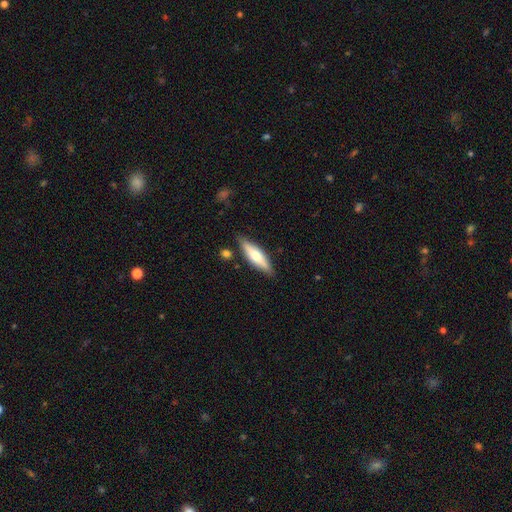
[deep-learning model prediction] Smooth or featured: smooth — 49% (featured or disk — 45%)
Merging: none — 84% (minor disturbance — 11%)